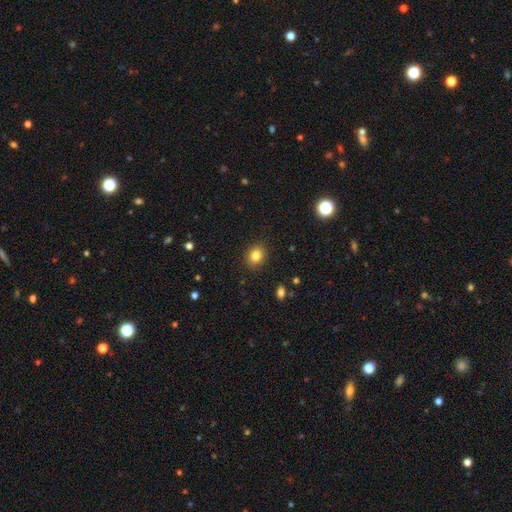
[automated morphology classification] This appears to be a smooth galaxy with no disk features (83%) that is round (62%). Merging: none (90%).